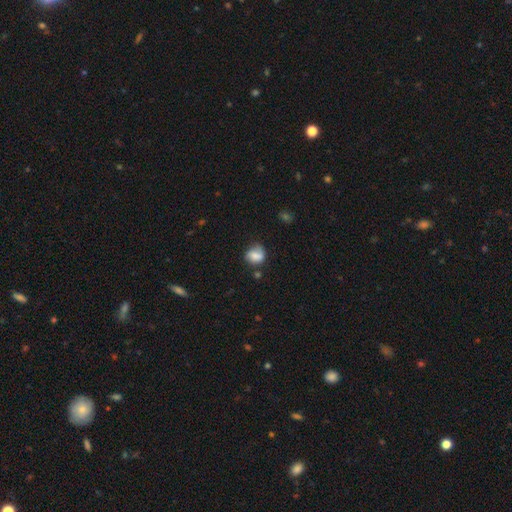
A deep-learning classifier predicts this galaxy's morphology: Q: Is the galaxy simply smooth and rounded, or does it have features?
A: smooth — 69%.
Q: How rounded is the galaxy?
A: round — 61%.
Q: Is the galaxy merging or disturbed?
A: none — 49%.